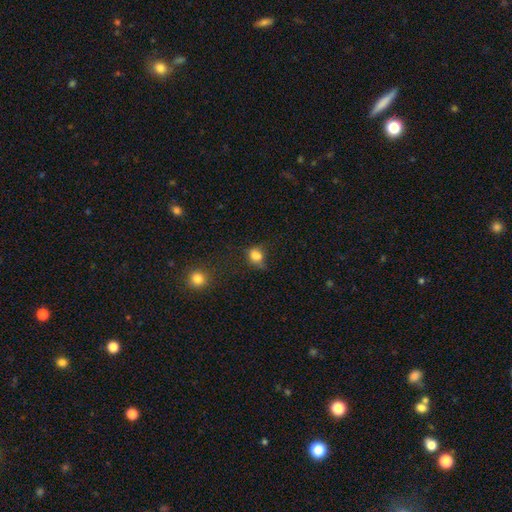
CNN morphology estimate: This is likely a smooth galaxy (78%). How rounded: possibly in between (50%). Merging: marginally none (44%).